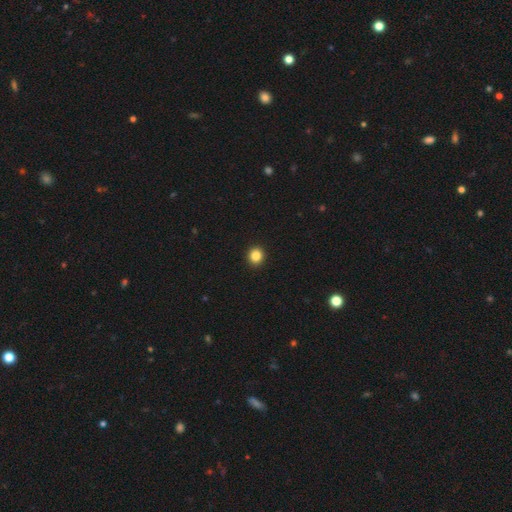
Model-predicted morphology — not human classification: smooth_or_featured: smooth (p=0.86) [alt: star or artifact p=0.11]
how_rounded: round (p=0.88) [alt: in between p=0.11]
merging: none (p=0.93) [alt: minor disturbance p=0.04]